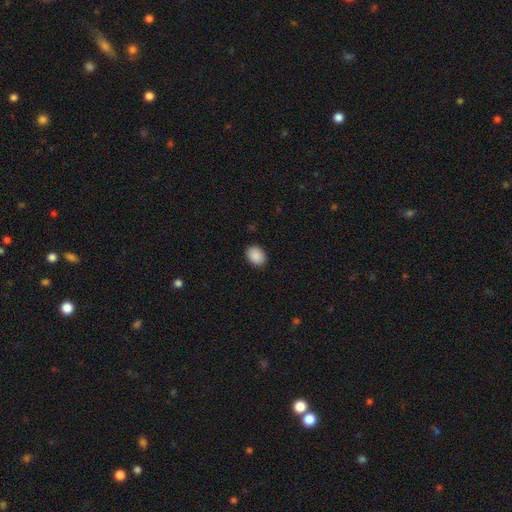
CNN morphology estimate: Smooth or featured?
  - smooth: 90% *
  - star or artifact: 8%
  - featured or disk: 3%
How rounded?
  - in between: 62% *
  - round: 37%
  - cigar-shaped: 1%
Merging?
  - none: 88% *
  - minor disturbance: 9%
  - major disturbance: 2%
  - merger: 1%